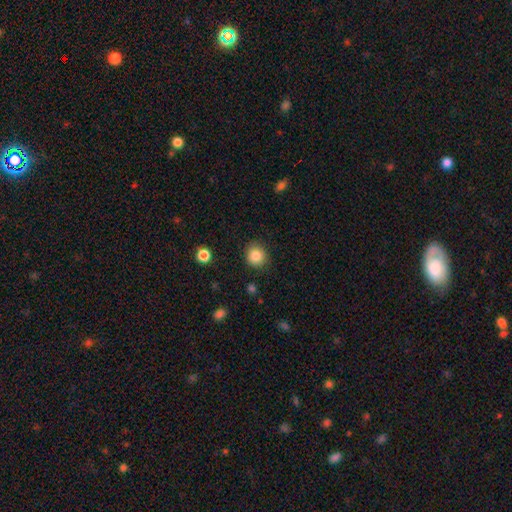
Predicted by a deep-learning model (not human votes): Morphology: type=smooth (85%); roundness=round (87%); merging=none (87%).